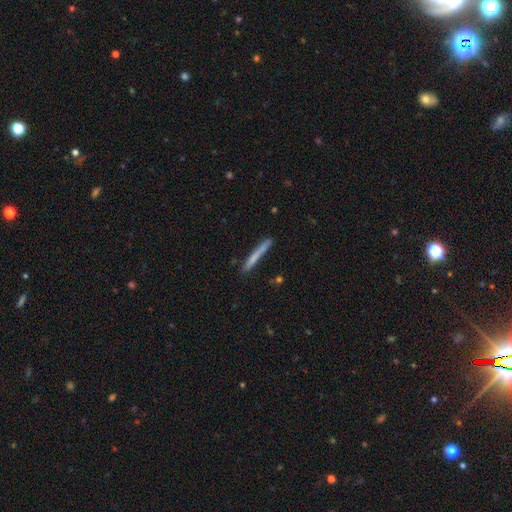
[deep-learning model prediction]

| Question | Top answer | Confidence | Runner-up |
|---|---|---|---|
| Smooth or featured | smooth | 64% | featured or disk (29%) |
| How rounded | cigar-shaped | 97% | in between (2%) |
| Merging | none | 86% | minor disturbance (10%) |